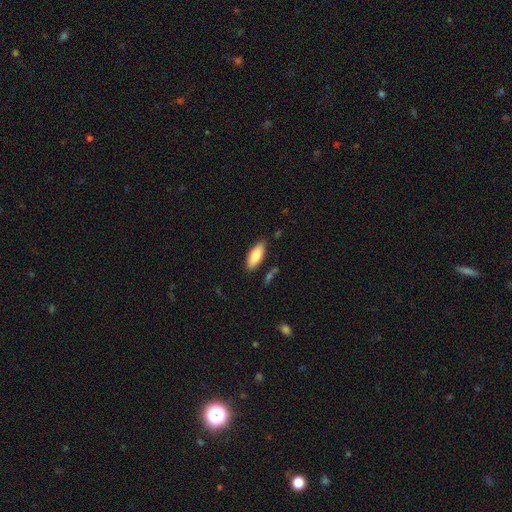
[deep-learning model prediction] Morphology: type=smooth (83%); roundness=in between (77%); merging=none (83%).